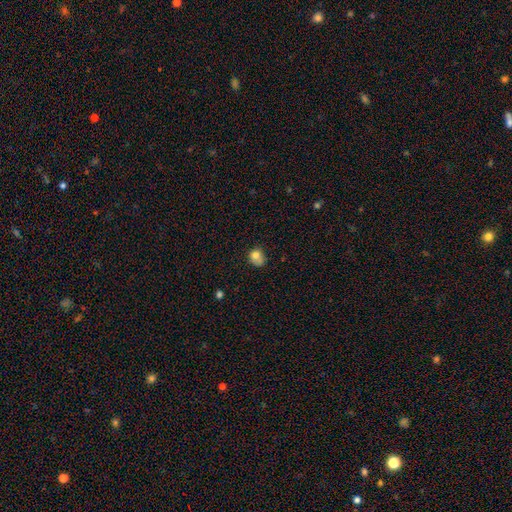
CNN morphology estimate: Smooth or featured: smooth — 78% (featured or disk — 11%)
How rounded: round — 57% (in between — 42%)
Merging: none — 44% (minor disturbance — 36%)